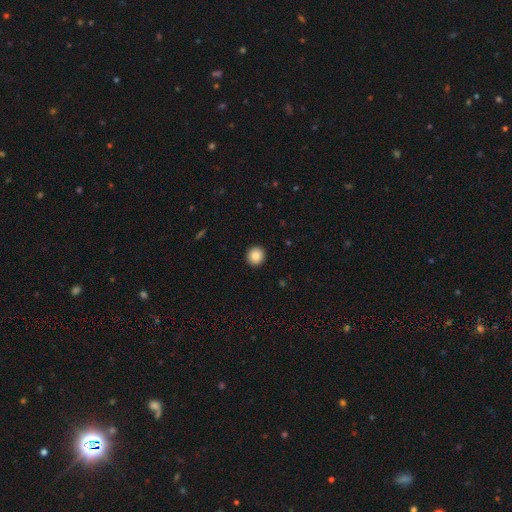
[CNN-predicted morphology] Smooth or featured?
  - smooth: 87% *
  - star or artifact: 9%
  - featured or disk: 4%
How rounded?
  - round: 92% *
  - in between: 7%
  - cigar-shaped: 1%
Merging?
  - none: 93% *
  - minor disturbance: 5%
  - major disturbance: 1%
  - merger: 1%